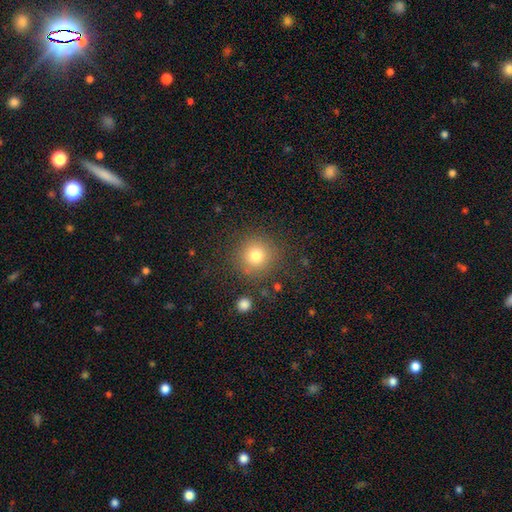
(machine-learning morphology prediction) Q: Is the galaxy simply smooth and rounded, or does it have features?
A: smooth — 79%.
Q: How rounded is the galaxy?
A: round — 93%.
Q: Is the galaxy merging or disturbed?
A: none — 85%.